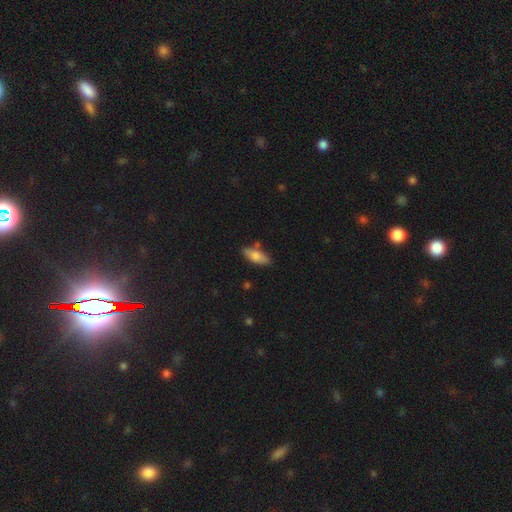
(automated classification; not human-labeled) Smooth or featured? smooth (77%)
How rounded? in between (73%)
Merging? none (78%)